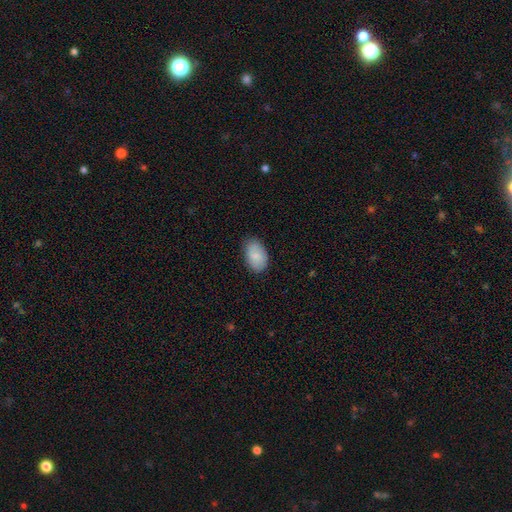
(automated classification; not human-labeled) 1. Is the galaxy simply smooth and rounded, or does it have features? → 87% smooth, 7% featured or disk, 6% star or artifact.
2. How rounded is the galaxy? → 92% in between, 7% round, 1% cigar-shaped.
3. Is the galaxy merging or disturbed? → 78% none, 18% minor disturbance, 3% major disturbance, 1% merger.